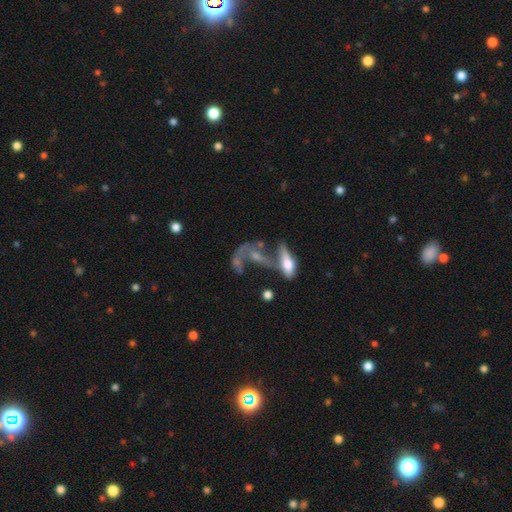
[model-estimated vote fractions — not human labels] smooth_or_featured: featured or disk (p=0.62) [alt: smooth p=0.25]
disk_edge_on: no (p=0.73) [alt: yes p=0.27]
merging: merger (p=0.43) [alt: major disturbance p=0.24]